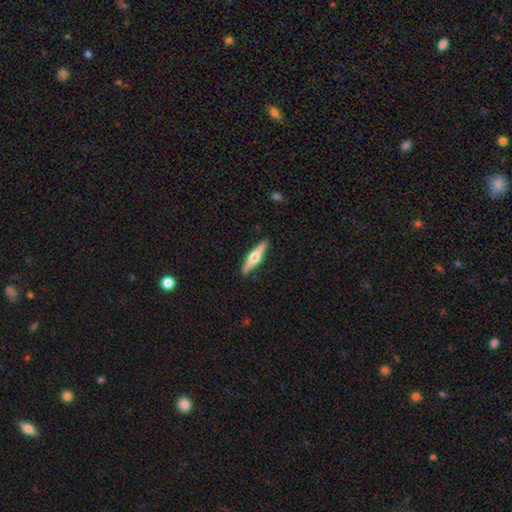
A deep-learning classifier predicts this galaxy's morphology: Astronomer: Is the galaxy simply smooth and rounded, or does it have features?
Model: featured or disk — 62%.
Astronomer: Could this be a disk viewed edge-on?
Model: yes — 97%.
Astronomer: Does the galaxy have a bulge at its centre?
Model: rounded — 94%.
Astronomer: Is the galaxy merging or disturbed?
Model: none — 90%.